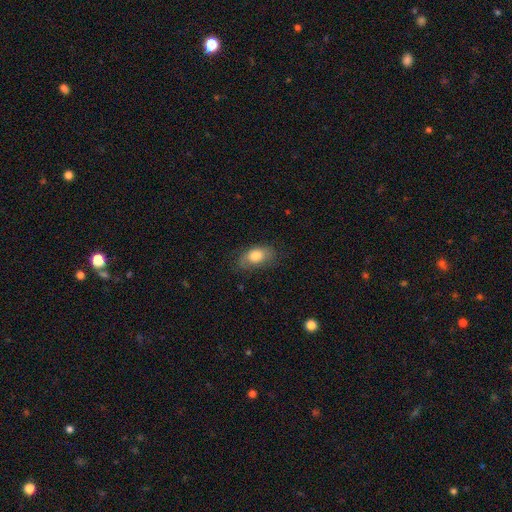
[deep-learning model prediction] Smooth or featured? smooth (74%)
How rounded? in between (88%)
Merging? none (67%)